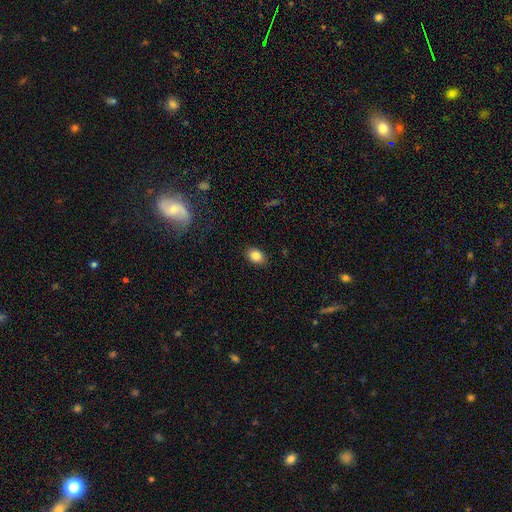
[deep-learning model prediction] A smooth galaxy with no disk features (85%) that is in between round and cigar-shaped (78%).

Vote fractions:
- Smooth or featured? smooth: 85% / star or artifact: 9% / featured or disk: 6%
- How rounded? in between: 78% / round: 21% / cigar-shaped: 1%
- Merging? none: 88% / minor disturbance: 9% / major disturbance: 2% / merger: 1%